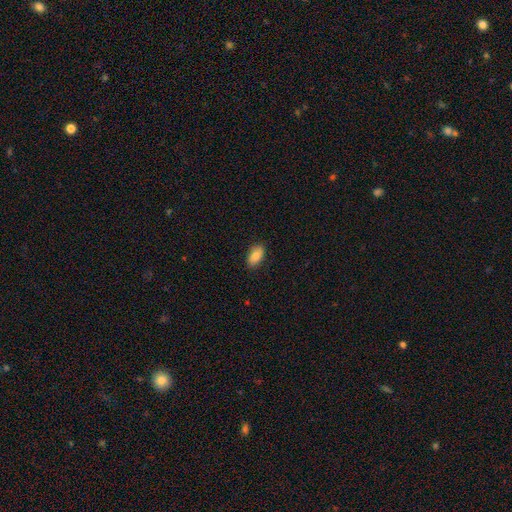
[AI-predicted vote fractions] This is clearly a smooth galaxy (85%). How rounded: clearly in between (92%). Merging: clearly none (87%).